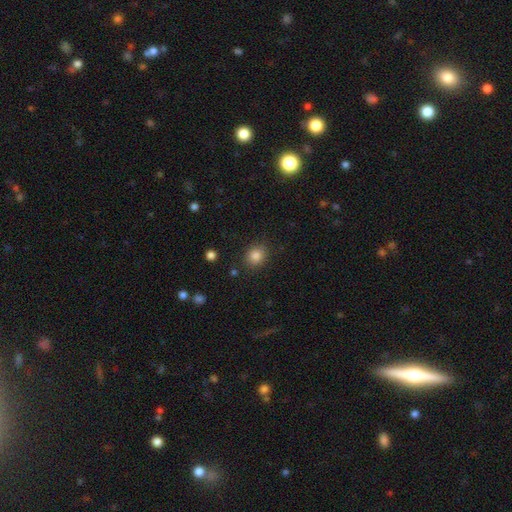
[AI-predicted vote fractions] This appears to be a smooth galaxy with no disk features (84%) that is round (72%). Merging: none (86%).